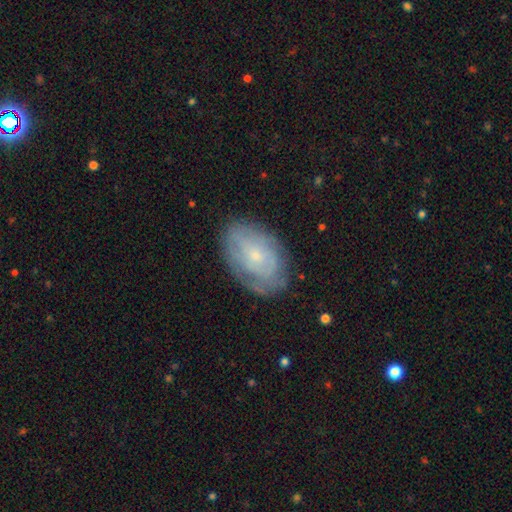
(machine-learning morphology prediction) smooth-or-featured: featured or disk: 57% | smooth: 35% | star or artifact: 8%
  disk-edge-on: no: 95% | yes: 5%
    bar: no: 76% | weak: 21% | strong: 3%
    has-spiral-arms: yes: 68% | no: 32%
    bulge-size: small: 69% | moderate: 23% | none: 5% | large: 2% | dominant: 1%
  merging: none: 72% | minor disturbance: 20% | major disturbance: 7% | merger: 1%